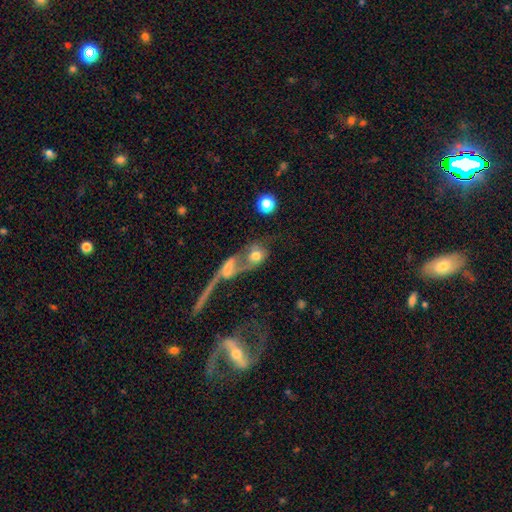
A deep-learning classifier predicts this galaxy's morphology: Q: Smooth or featured?
A: smooth (50%); runner-up: featured or disk (39%)
Q: Merging?
A: merger (67%); runner-up: none (14%)